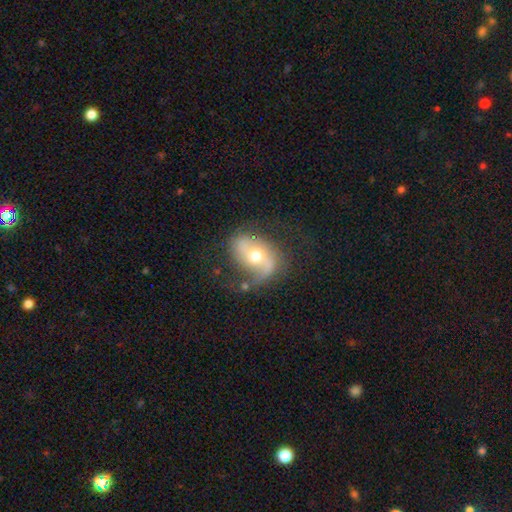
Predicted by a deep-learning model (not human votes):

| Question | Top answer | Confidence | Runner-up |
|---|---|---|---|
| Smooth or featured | featured or disk | 72% | smooth (21%) |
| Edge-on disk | no | 96% | yes (4%) |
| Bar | no | 50% | weak (35%) |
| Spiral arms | yes | 87% | no (13%) |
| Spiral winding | loose | 56% | medium (33%) |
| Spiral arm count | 2 | 79% | 1 (13%) |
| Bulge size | moderate | 74% | small (15%) |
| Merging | none | 59% | minor disturbance (24%) |